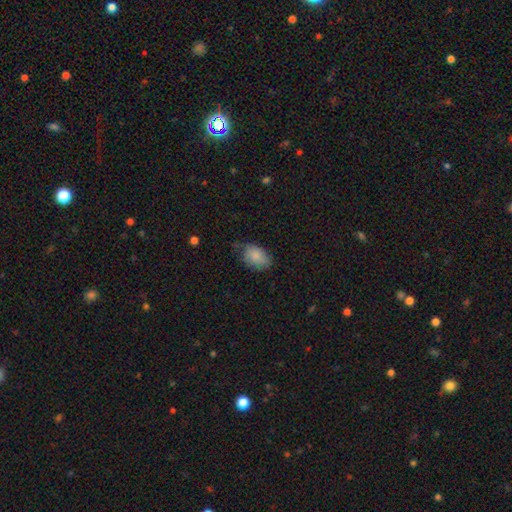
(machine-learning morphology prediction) Overall: smooth (84%). How rounded: in between (85%). Merging: none (58%; minor disturbance 33%).